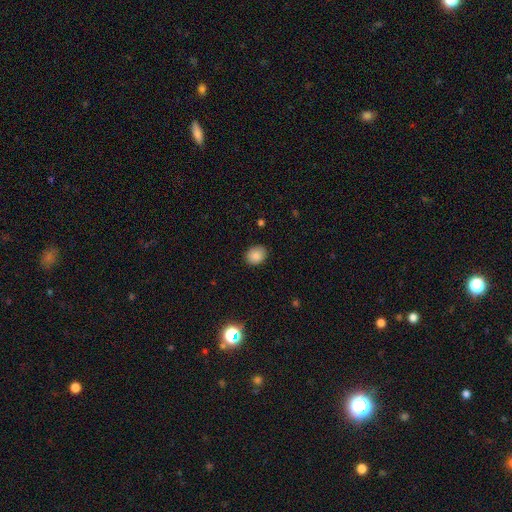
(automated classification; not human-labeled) This is clearly a smooth galaxy (86%). How rounded: possibly round (54%). Merging: clearly none (86%).